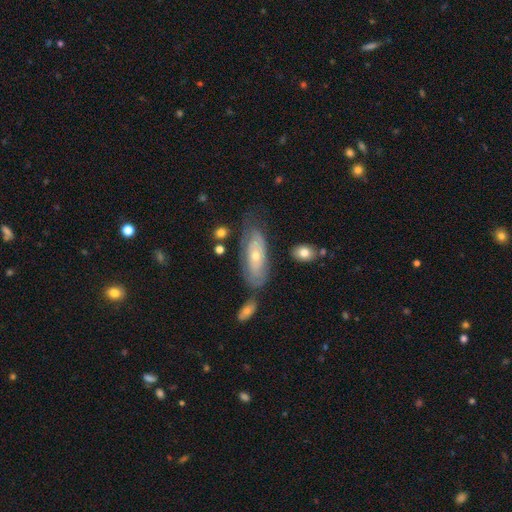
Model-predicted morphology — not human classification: Overall: featured or disk (62%; smooth 32%). Edge-on disk: no (84%). Bar: no (82%). Spiral arms: yes (63%; no 37%). Bulge size: small (53%; moderate 43%). Merging: none (60%; minor disturbance 24%).